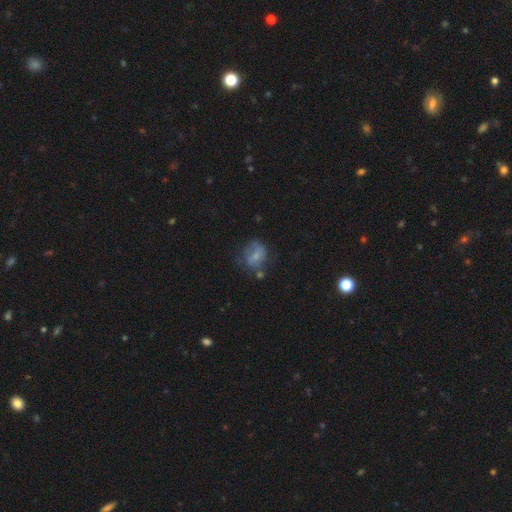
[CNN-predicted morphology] This appears to be a smooth galaxy with no disk features (56%) that is in between round and cigar-shaped (52%). Merging: none (44%).